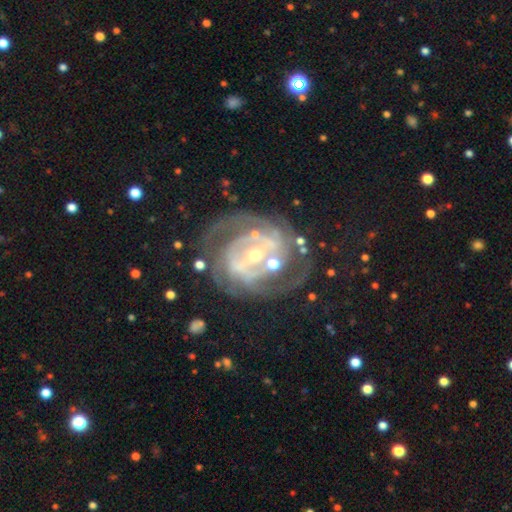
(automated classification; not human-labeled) This appears to be a featured or disk galaxy (87%) with a weak bar (35%), 2 (46%) tight (51%) spiral arms (92%) and a small central bulge (61%). Merging: none (59%).